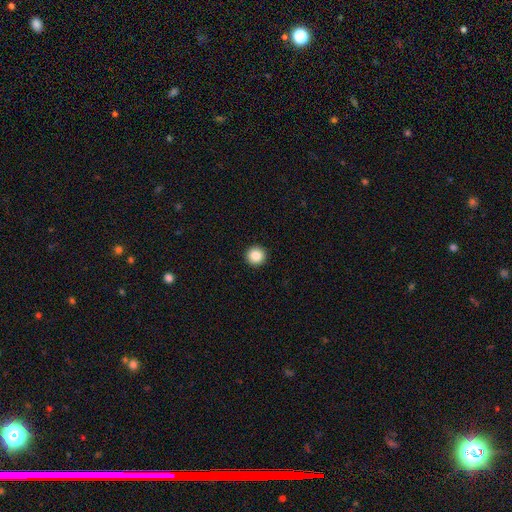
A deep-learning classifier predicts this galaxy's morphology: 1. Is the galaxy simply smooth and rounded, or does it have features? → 86% smooth, 10% star or artifact, 5% featured or disk.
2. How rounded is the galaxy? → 96% round, 3% in between, 1% cigar-shaped.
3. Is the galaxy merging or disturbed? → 94% none, 4% minor disturbance, 1% major disturbance, 1% merger.